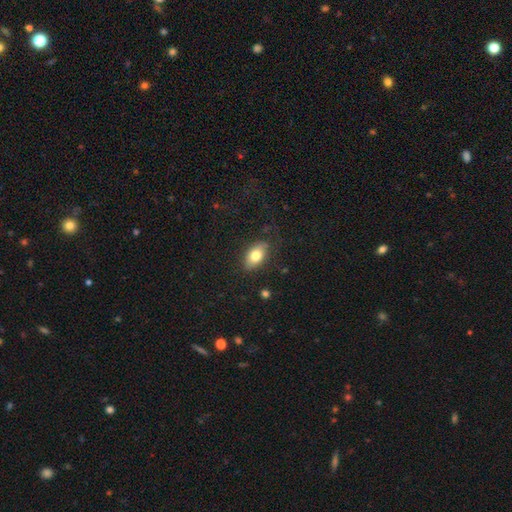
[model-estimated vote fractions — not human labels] The model was most divided on "smooth or featured": smooth: 77%, featured or disk: 16%, star or artifact: 8%. More confident: how rounded — in between (89%); merging — none (80%).